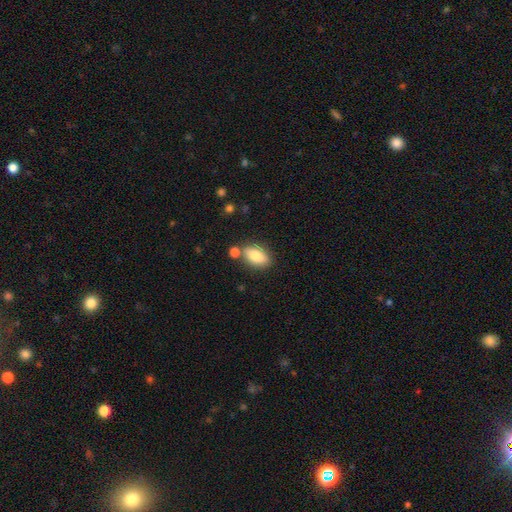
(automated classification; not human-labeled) Smooth or featured: smooth — 81% (featured or disk — 11%)
How rounded: in between — 88% (round — 6%)
Merging: none — 72% (minor disturbance — 13%)